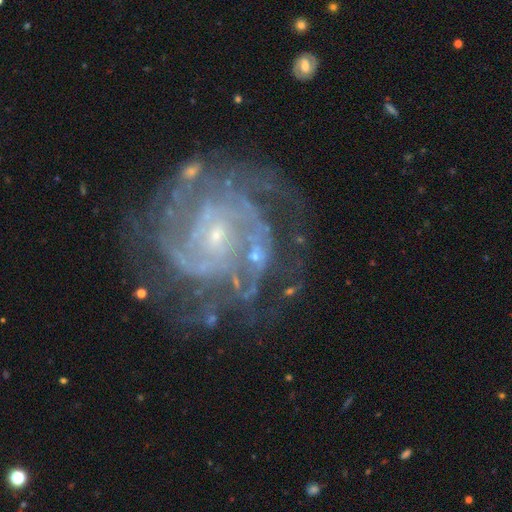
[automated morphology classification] smooth-or-featured: featured or disk: 87% | star or artifact: 8% | smooth: 5%
  disk-edge-on: no: 98% | yes: 2%
    bar: no: 51% | weak: 37% | strong: 12%
    has-spiral-arms: yes: 96% | no: 4%
      spiral-winding: tight: 54% | medium: 36% | loose: 10%
      spiral-arm-count: can't tell: 25% (tied) | 2: 25% (tied) | 3: 18% | 4: 14% | more than 4: 10% | 1: 9%
    bulge-size: small: 78% | moderate: 15% | none: 4% | large: 1% | dominant: 1%
  merging: none: 62% | minor disturbance: 18% | major disturbance: 16% | merger: 5%